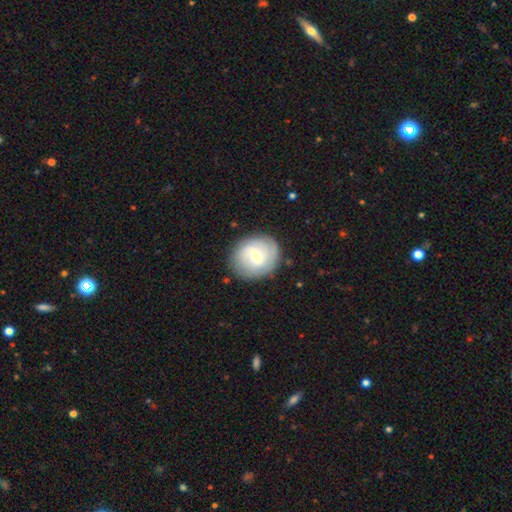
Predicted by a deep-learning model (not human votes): Overall: featured or disk (52%; smooth 41%). Edge-on disk: no (96%). Merging: none (83%).